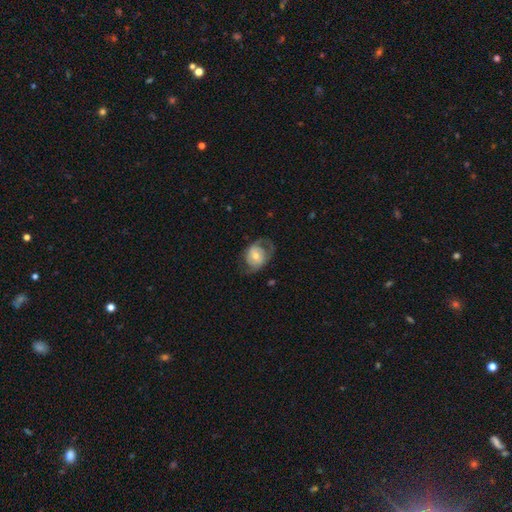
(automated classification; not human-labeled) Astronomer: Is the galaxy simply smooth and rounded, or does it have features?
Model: featured or disk — 56% (runner-up: smooth, 37%).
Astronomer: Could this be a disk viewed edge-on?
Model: no — 95%.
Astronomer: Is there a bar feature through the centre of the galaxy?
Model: no — 64%.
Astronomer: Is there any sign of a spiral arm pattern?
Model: yes — 64%.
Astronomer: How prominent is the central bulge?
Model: moderate — 57% (runner-up: small, 34%).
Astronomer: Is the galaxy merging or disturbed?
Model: none — 55%.